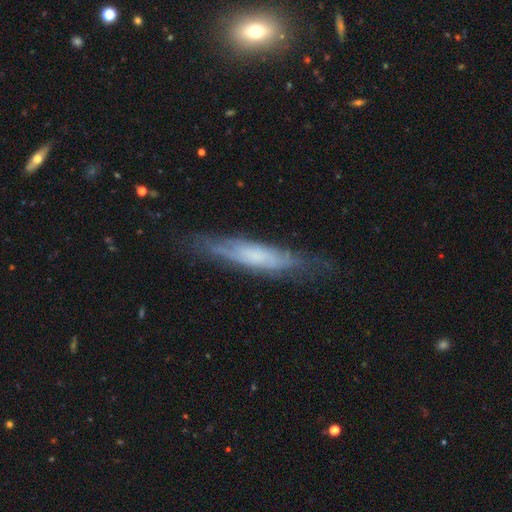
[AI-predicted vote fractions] This appears to be a featured or disk galaxy (53%) viewed edge-on (65%). Merging: none (69%).